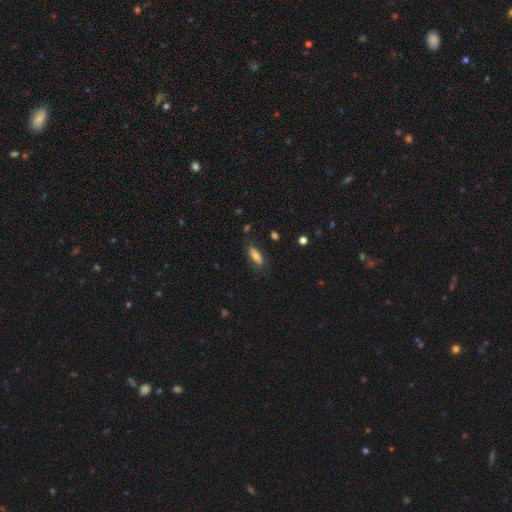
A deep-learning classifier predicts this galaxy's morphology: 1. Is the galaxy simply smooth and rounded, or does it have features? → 72% smooth, 20% featured or disk, 8% star or artifact.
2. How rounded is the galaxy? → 75% in between, 22% cigar-shaped, 2% round.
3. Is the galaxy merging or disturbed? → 70% none, 21% minor disturbance, 7% major disturbance, 2% merger.